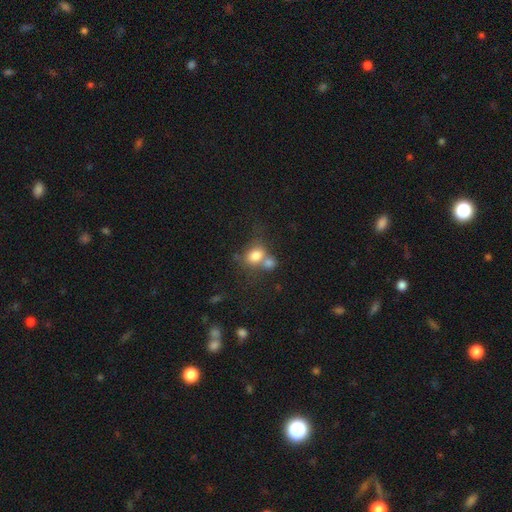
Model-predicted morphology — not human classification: Q: Smooth or featured?
A: smooth (77%); runner-up: featured or disk (13%)
Q: How rounded?
A: in between (51%); runner-up: round (48%)
Q: Merging?
A: merger (51%); runner-up: none (31%)